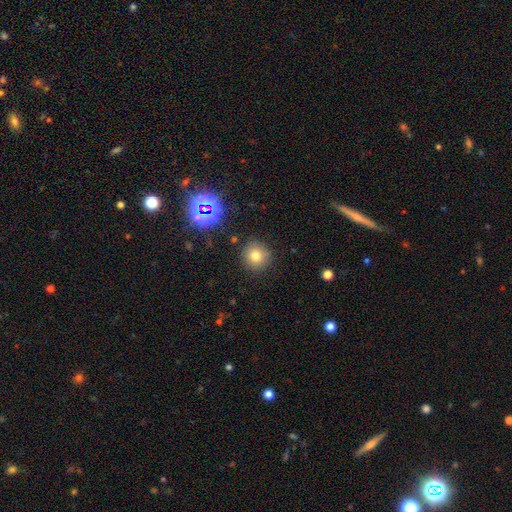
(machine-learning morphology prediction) Smooth or featured: smooth — 74% (star or artifact — 16%)
How rounded: round — 93% (in between — 6%)
Merging: none — 88% (minor disturbance — 8%)